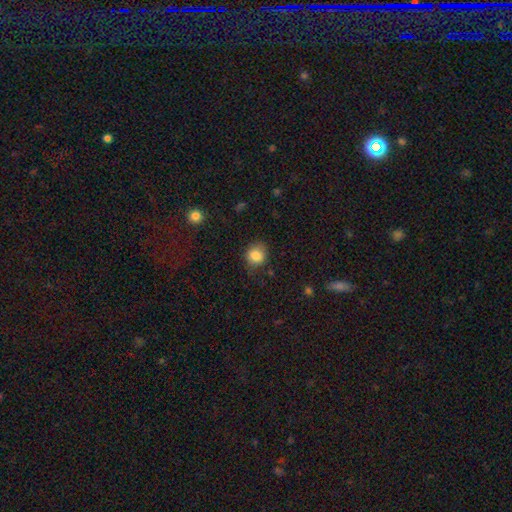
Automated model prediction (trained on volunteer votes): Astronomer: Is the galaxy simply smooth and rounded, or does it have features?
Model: smooth — 84%.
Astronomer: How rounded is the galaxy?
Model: round — 78%.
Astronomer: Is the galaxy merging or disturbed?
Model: none — 73%.